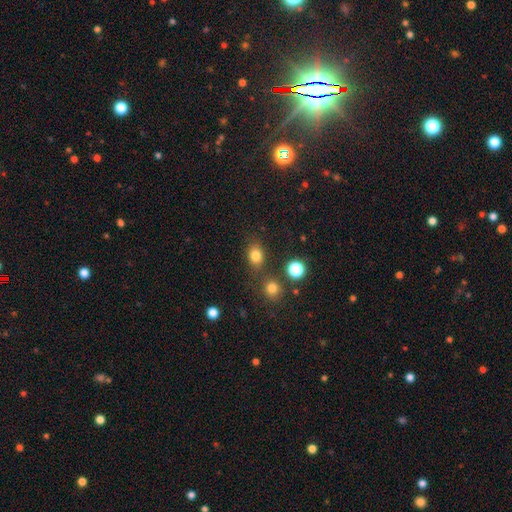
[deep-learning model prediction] Smooth or featured: smooth — 80% (star or artifact — 14%)
How rounded: in between — 53% (round — 46%)
Merging: none — 75% (minor disturbance — 12%)